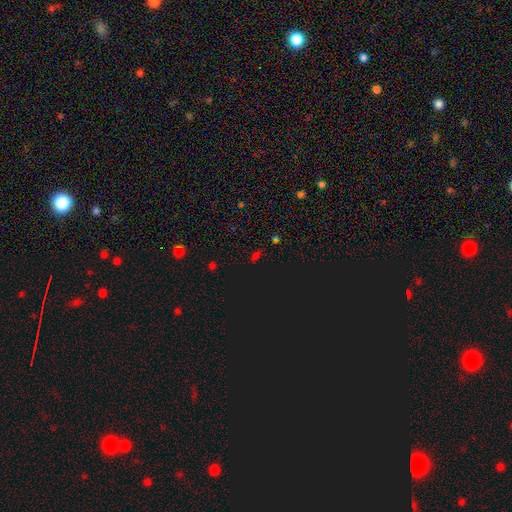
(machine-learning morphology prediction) The model was most divided on "smooth or featured": star or artifact: 55%, smooth: 37%, featured or disk: 9%.